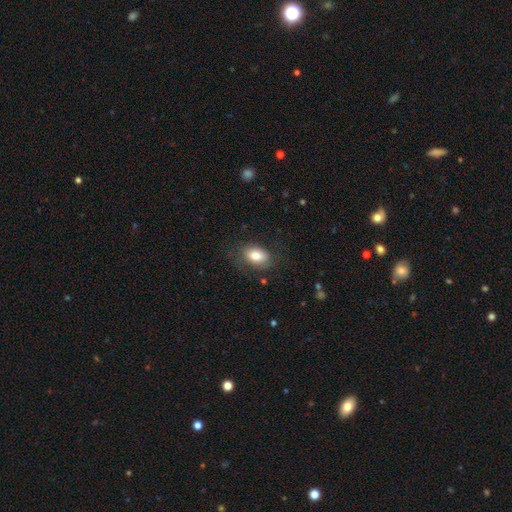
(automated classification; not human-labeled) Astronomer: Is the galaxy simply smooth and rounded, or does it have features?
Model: smooth — 81%.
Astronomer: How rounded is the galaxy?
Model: in between — 87%.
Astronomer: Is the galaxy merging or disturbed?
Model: none — 69%.